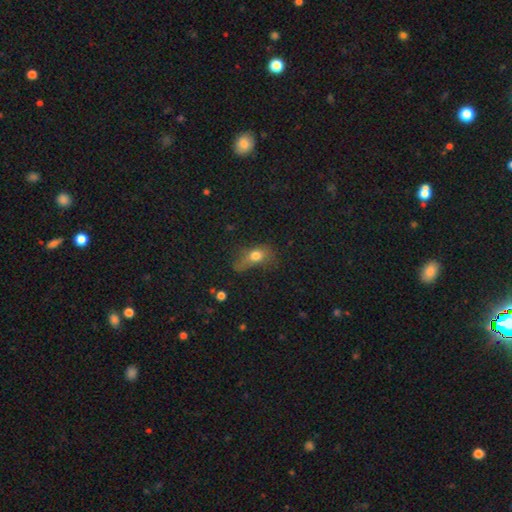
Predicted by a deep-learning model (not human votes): This is likely a smooth galaxy (69%). How rounded: likely in between (64%). Merging: marginally major disturbance (39%).